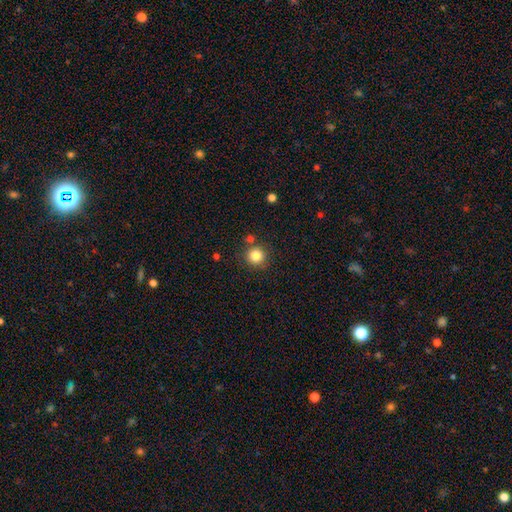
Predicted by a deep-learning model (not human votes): This appears to be a smooth galaxy with no disk features (84%) that is round (94%). Merging: none (84%).